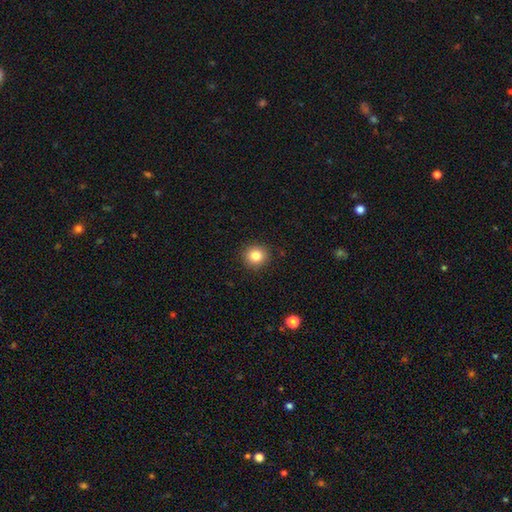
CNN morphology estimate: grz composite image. It shows a smooth galaxy with no disk features (83%) that is round (90%). Merging: none (90%).